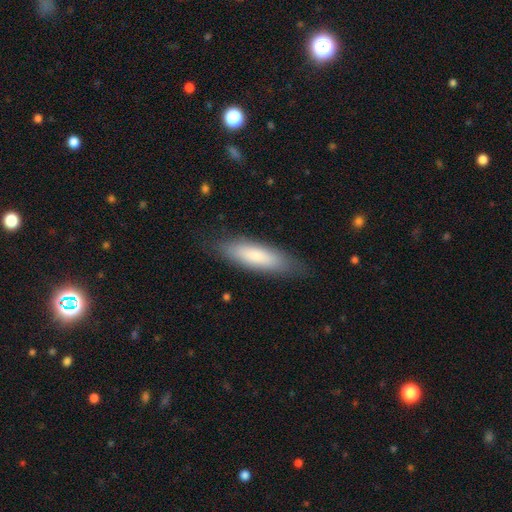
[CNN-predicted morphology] Smooth or featured?
  - smooth: 79% *
  - featured or disk: 15%
  - star or artifact: 6%
How rounded?
  - cigar-shaped: 57% *
  - in between: 42%
  - round: 2%
Merging?
  - none: 82% *
  - minor disturbance: 13%
  - major disturbance: 4%
  - merger: 1%